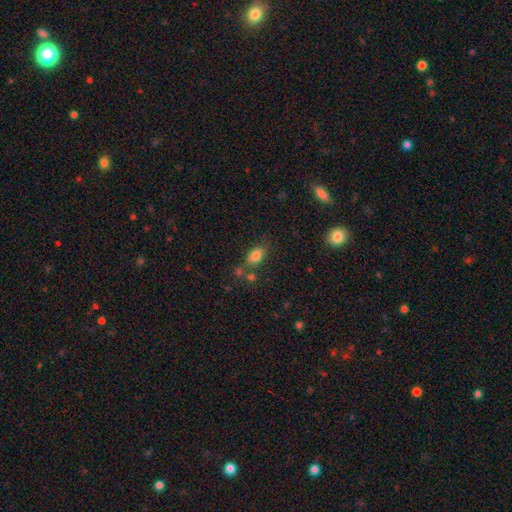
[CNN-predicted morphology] Q: Smooth or featured?
A: smooth (82%); runner-up: star or artifact (10%)
Q: How rounded?
A: in between (88%); runner-up: round (8%)
Q: Merging?
A: none (65%); runner-up: minor disturbance (15%)